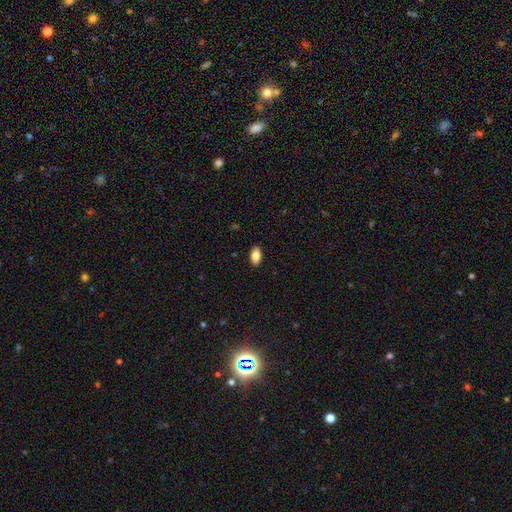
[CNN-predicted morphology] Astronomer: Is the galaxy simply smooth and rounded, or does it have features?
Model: smooth — 84%.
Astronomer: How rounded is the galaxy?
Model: in between — 91%.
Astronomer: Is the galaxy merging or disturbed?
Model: none — 89%.